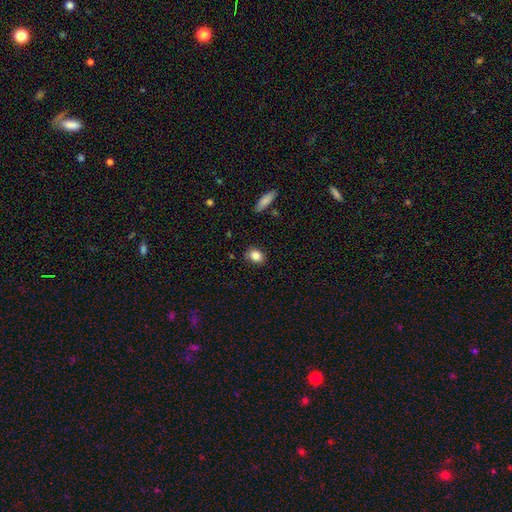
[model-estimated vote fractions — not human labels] Morphology: type=smooth (85%); roundness=in between (64%); merging=none (82%).